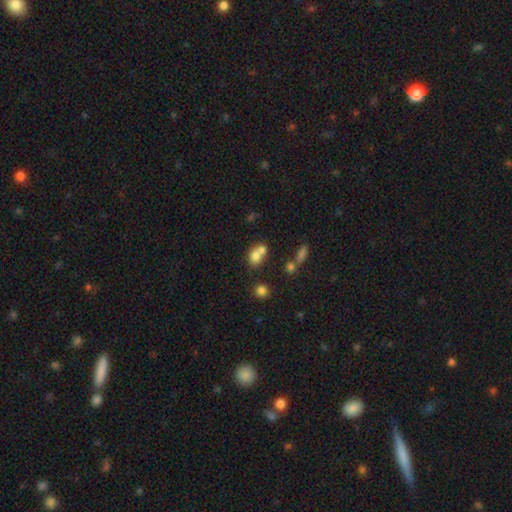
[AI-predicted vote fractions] smooth_or_featured: smooth (p=0.71) [alt: featured or disk p=0.16]
how_rounded: round (p=0.58) [alt: in between p=0.41]
merging: merger (p=0.57) [alt: none p=0.31]